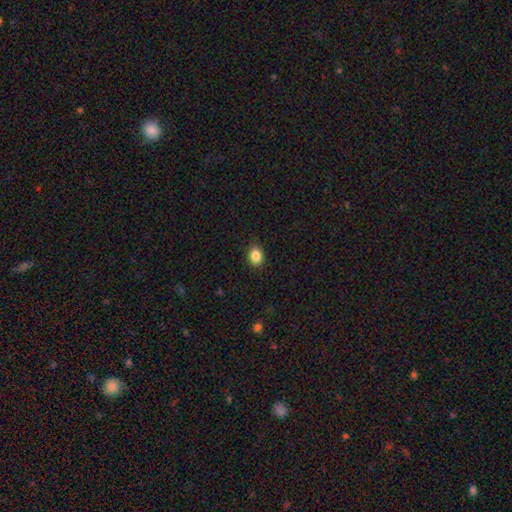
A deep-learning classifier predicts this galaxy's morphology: A smooth galaxy with no disk features (86%) that is in between round and cigar-shaped (63%). Merging: none (88%).